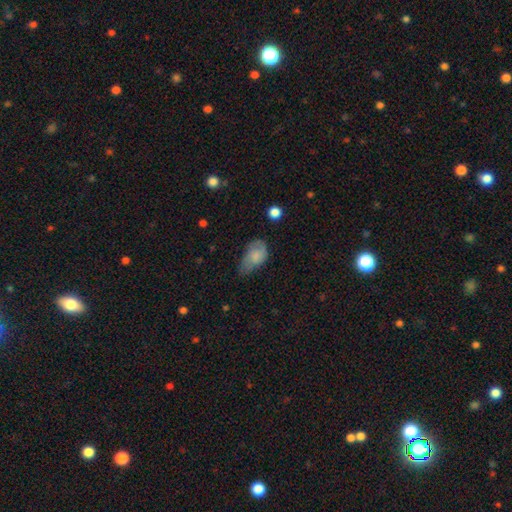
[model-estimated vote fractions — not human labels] This is likely a smooth galaxy (71%). How rounded: clearly in between (89%). Merging: marginally minor disturbance (41%).